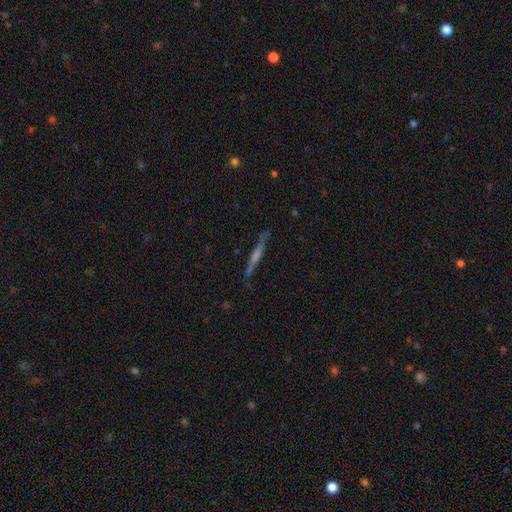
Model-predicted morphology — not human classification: Overall: featured or disk (70%). Edge-on disk: yes (97%). Edge-on bulge: rounded (55%; none 29%). Merging: none (87%).